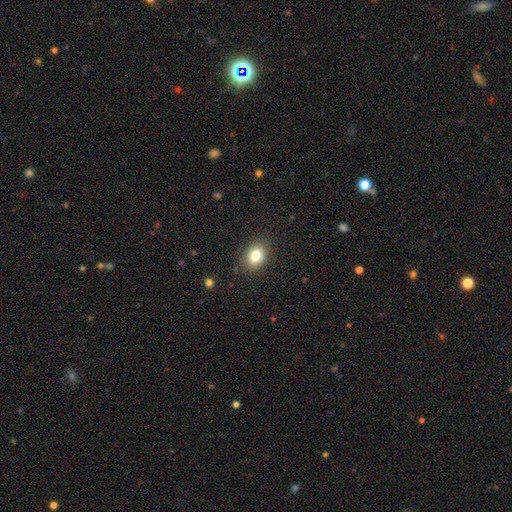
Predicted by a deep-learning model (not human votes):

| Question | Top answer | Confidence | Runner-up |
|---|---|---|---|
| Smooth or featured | smooth | 82% | star or artifact (10%) |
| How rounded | in between | 64% | round (35%) |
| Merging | none | 86% | minor disturbance (10%) |